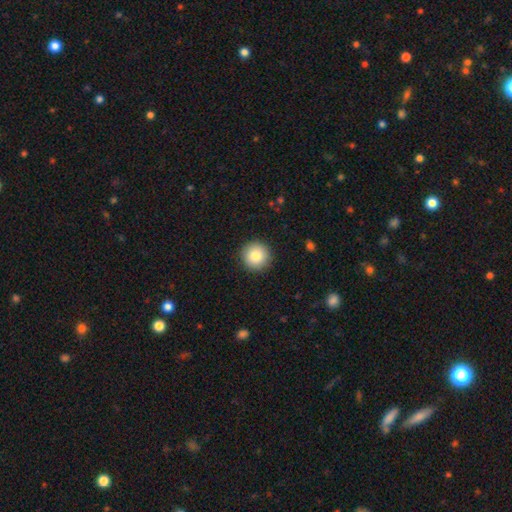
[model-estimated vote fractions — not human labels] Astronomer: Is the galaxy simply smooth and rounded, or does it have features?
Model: smooth — 83%.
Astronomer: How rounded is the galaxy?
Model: round — 96%.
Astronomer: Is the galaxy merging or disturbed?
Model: none — 92%.